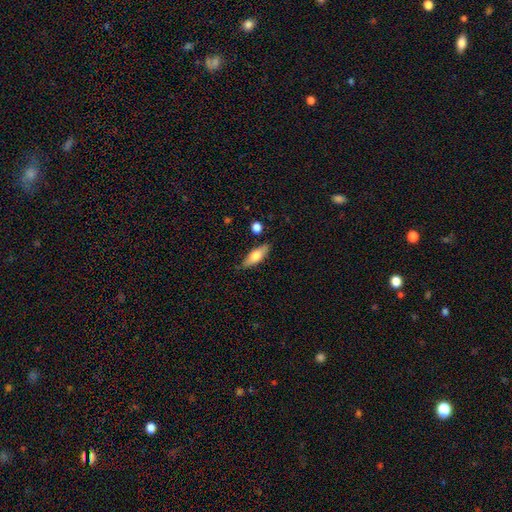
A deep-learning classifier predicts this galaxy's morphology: Smooth or featured?
  - smooth: 65% *
  - featured or disk: 28%
  - star or artifact: 6%
How rounded?
  - in between: 65% *
  - cigar-shaped: 32%
  - round: 3%
Merging?
  - none: 81% *
  - minor disturbance: 13%
  - merger: 3%
  - major disturbance: 3%